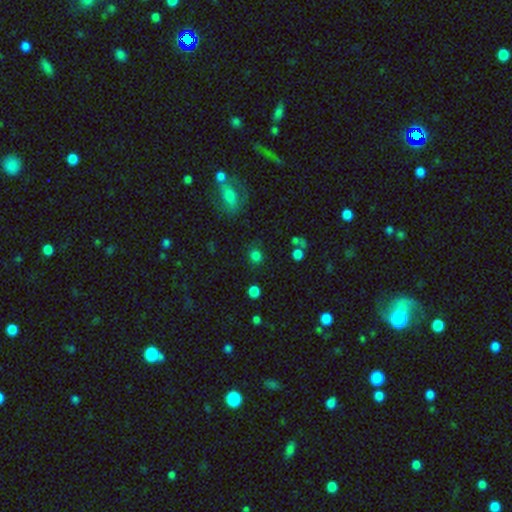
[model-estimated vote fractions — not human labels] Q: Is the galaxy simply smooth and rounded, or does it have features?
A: smooth — 78%.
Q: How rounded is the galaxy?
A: round — 82%.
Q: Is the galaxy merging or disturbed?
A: none — 80%.